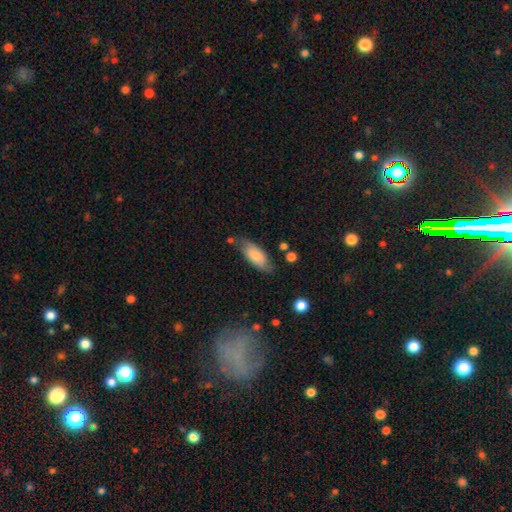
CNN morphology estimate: Q: Smooth or featured?
A: smooth (74%); runner-up: featured or disk (20%)
Q: How rounded?
A: in between (81%); runner-up: cigar-shaped (17%)
Q: Merging?
A: none (68%); runner-up: minor disturbance (23%)